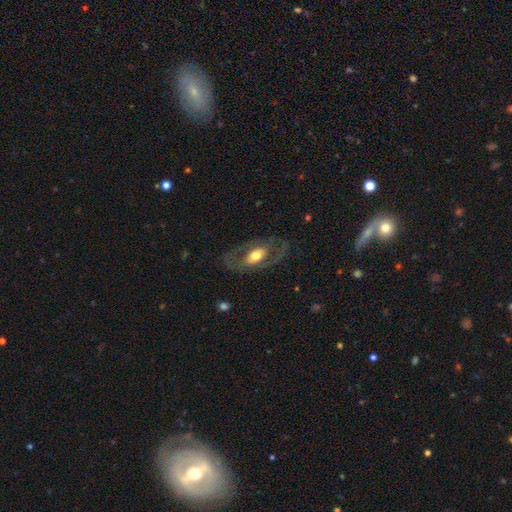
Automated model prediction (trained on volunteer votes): smooth_or_featured: featured or disk (p=0.61) [alt: smooth p=0.34]
disk_edge_on: no (p=0.89) [alt: yes p=0.11]
bar: no (p=0.62) [alt: weak p=0.24]
has_spiral_arms: no (p=0.58) [alt: yes p=0.42]
bulge_size: moderate (p=0.61) [alt: large p=0.27]
merging: none (p=0.72) [alt: minor disturbance p=0.14]